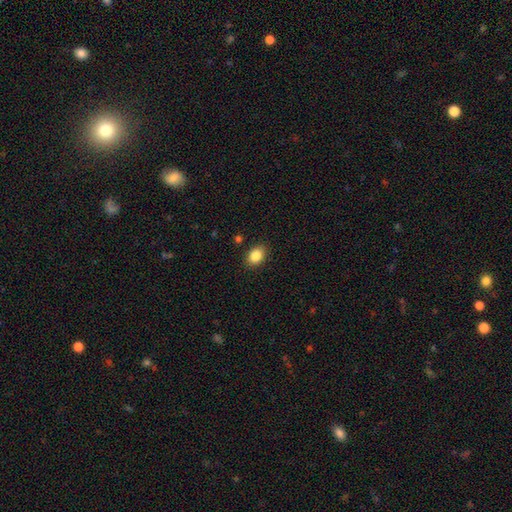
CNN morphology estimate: smooth-or-featured: smooth: 86% | star or artifact: 9% | featured or disk: 5%
  how-rounded: in between: 73% | round: 26% | cigar-shaped: 1%
  merging: none: 88% | minor disturbance: 9% | major disturbance: 2% | merger: 1%